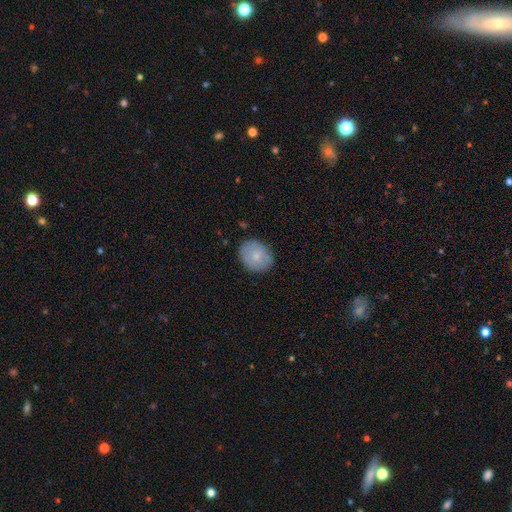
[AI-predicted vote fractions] Smooth or featured? Predicted: smooth (p=0.76). How rounded? Predicted: round (p=0.52). Merging? Predicted: none (p=0.83).